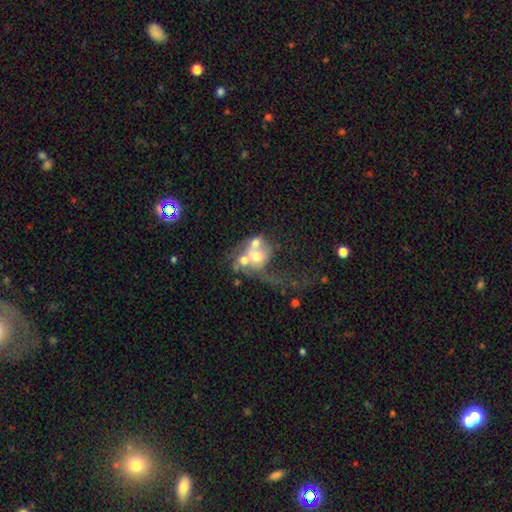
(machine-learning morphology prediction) Overall: featured or disk (46%; smooth 42%). Merging: merger (62%).